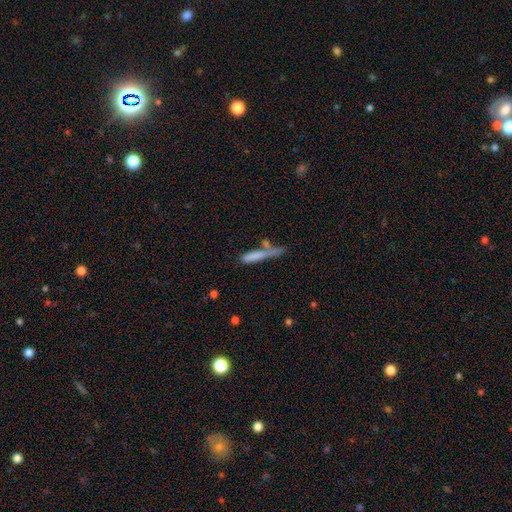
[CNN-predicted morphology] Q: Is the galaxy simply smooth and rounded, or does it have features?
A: smooth — 71%.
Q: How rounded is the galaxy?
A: cigar-shaped — 89%.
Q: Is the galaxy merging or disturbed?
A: none — 47%.